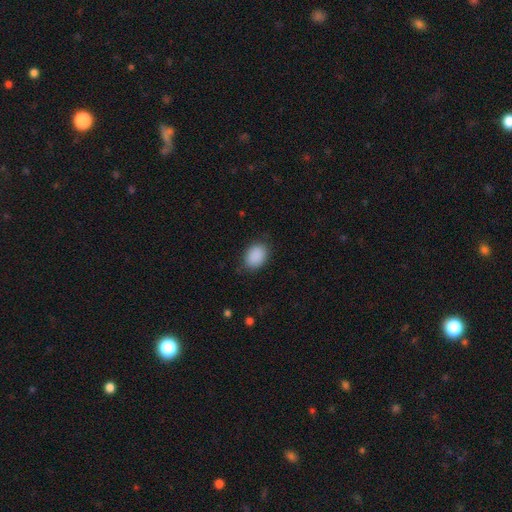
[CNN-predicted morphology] type=smooth (90%); roundness=in between (75%); merging=none (83%).